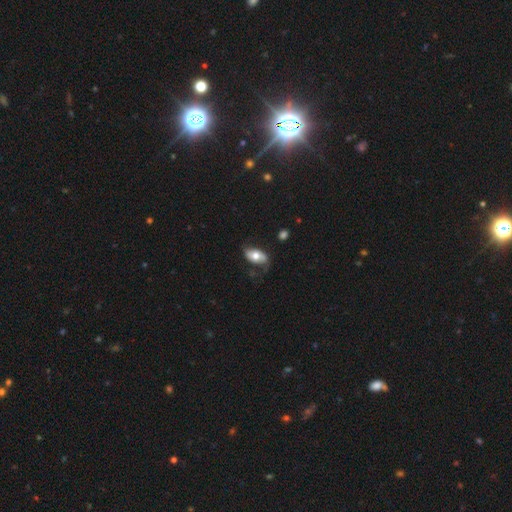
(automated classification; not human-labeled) The model was most divided on "smooth or featured": smooth: 56%, featured or disk: 38%, star or artifact: 6%. More confident: how rounded — in between (92%); merging — none (60%).